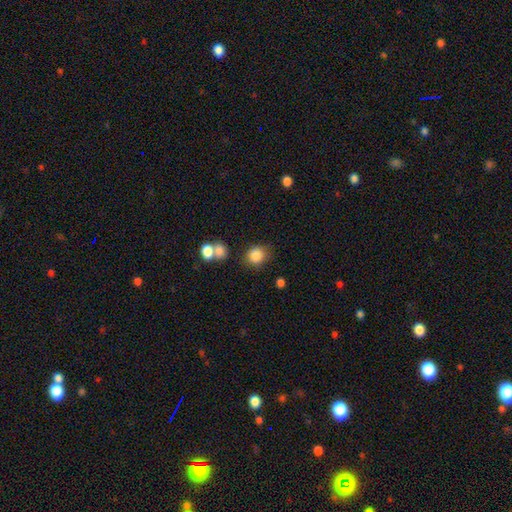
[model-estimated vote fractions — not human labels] smooth-or-featured: smooth: 85% | star or artifact: 10% | featured or disk: 6%
  how-rounded: round: 72% | in between: 27% | cigar-shaped: 1%
  merging: none: 71% | minor disturbance: 15% | merger: 10% | major disturbance: 5%